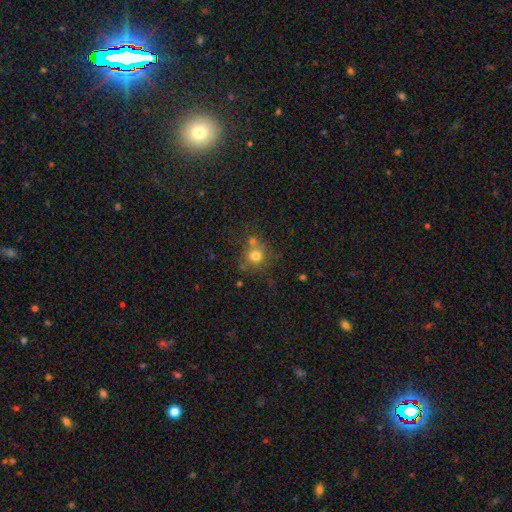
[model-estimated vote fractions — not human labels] Morphology: type=smooth (73%); roundness=round (87%); merging=none (60%).